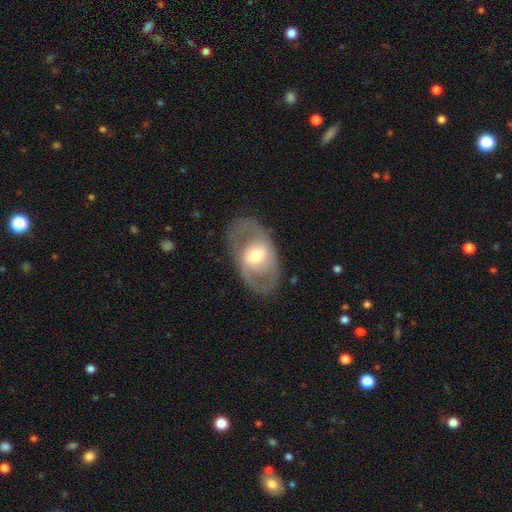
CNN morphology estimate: smooth-or-featured: featured or disk: 64% | smooth: 31% | star or artifact: 6%
  disk-edge-on: no: 91% | yes: 9%
    bar: no: 41% | weak: 37% | strong: 22%
    has-spiral-arms: no: 52% | yes: 48%
    bulge-size: moderate: 60% | small: 20% | large: 17% | dominant: 2% | none: 1%
  merging: none: 78% | minor disturbance: 12% | major disturbance: 8% | merger: 1%